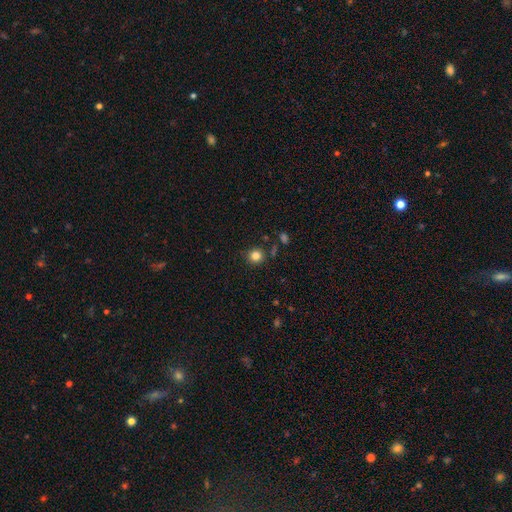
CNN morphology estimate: This is clearly a smooth galaxy (82%). How rounded: clearly round (91%). Merging: clearly none (87%).